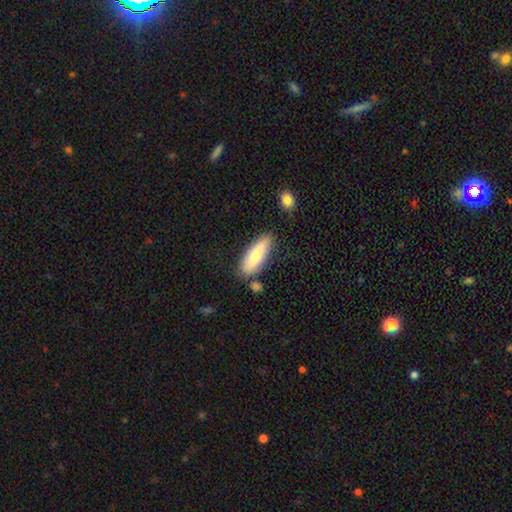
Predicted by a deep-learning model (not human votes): Smooth or featured? smooth (67%)
How rounded? in between (56%)
Merging? none (76%)